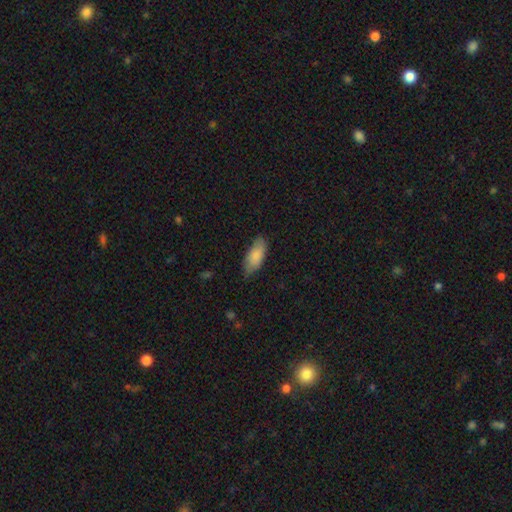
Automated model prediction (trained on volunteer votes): The model was most divided on "merging": none: 71%, minor disturbance: 24%, major disturbance: 4%, merger: 1%. More confident: how rounded — in between (86%); smooth or featured — smooth (84%).